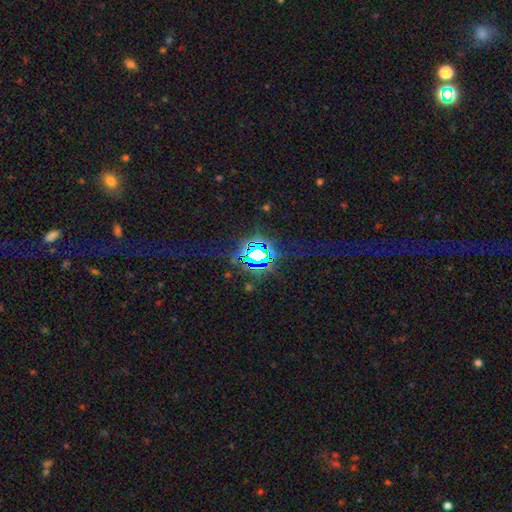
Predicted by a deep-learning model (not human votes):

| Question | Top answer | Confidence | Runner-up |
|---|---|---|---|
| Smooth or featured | star or artifact | 76% | smooth (12%) |